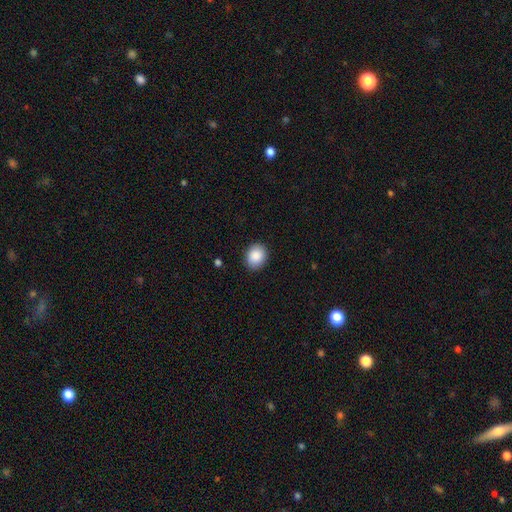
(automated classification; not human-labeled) Q: Smooth or featured?
A: smooth (89%); runner-up: star or artifact (7%)
Q: How rounded?
A: round (56%); runner-up: in between (43%)
Q: Merging?
A: none (89%); runner-up: minor disturbance (8%)